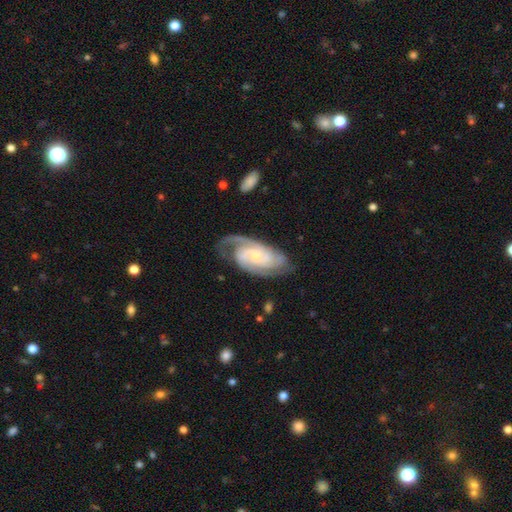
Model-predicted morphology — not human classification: Smooth or featured?
  - featured or disk: 89% *
  - smooth: 7%
  - star or artifact: 4%
Edge-on disk?
  - no: 96% *
  - yes: 4%
Bar?
  - no: 56% *
  - weak: 35%
  - strong: 8%
Spiral arms?
  - yes: 98% *
  - no: 2%
Spiral winding?
  - tight: 55% *
  - medium: 38%
  - loose: 7%
Spiral arm count?
  - 2: 43% *
  - 3: 27%
  - can't tell: 15%
  - 4: 6%
  - 1: 5%
  - more than 4: 4%
Bulge size?
  - small: 57% *
  - moderate: 35%
  - none: 4%
  - large: 2%
  - dominant: 1%
Merging?
  - none: 68% *
  - minor disturbance: 20%
  - major disturbance: 10%
  - merger: 2%